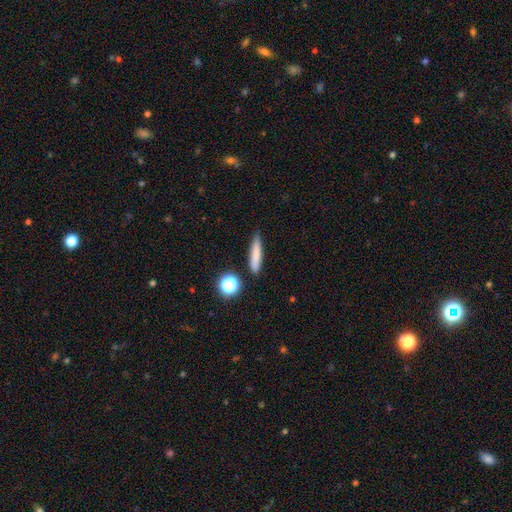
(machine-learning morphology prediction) type=smooth (77%); roundness=cigar-shaped (86%); merging=none (81%).